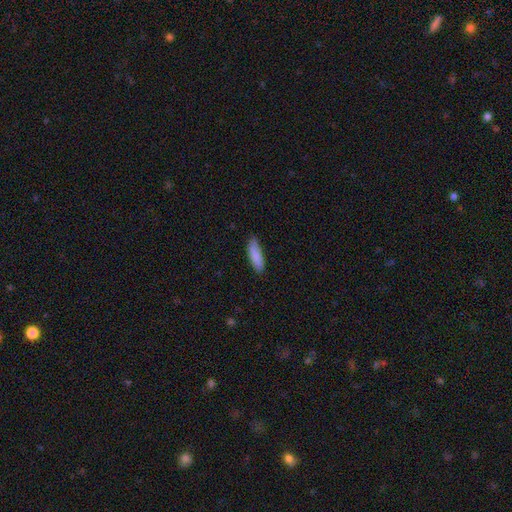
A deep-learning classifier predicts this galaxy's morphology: Smooth or featured: smooth — 86% (featured or disk — 8%)
How rounded: in between — 51% (cigar-shaped — 48%)
Merging: none — 78% (minor disturbance — 18%)